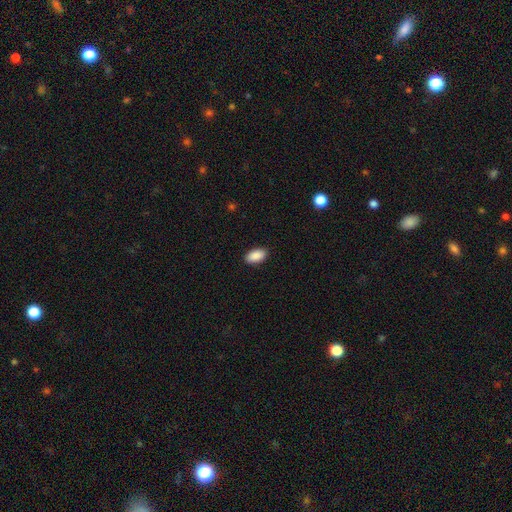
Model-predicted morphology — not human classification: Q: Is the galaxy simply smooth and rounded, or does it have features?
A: smooth — 91%.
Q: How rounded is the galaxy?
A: in between — 95%.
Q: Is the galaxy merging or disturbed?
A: none — 90%.